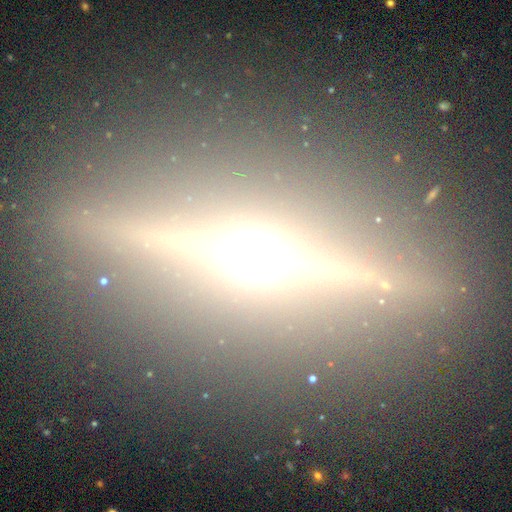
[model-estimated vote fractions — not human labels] Smooth or featured? featured or disk (76%)
Edge-on disk? yes (89%)
Edge-on bulge? rounded (91%)
Merging? none (84%)